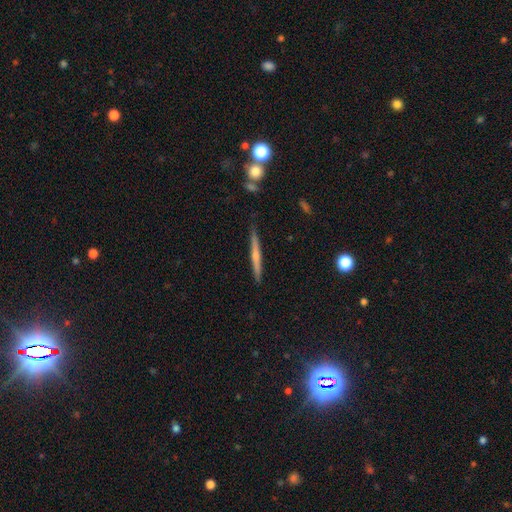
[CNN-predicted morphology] smooth_or_featured: featured or disk (p=0.58) [alt: smooth p=0.26]
disk_edge_on: yes (p=0.94) [alt: no p=0.06]
edge_on_bulge: rounded (p=0.62) [alt: none p=0.29]
merging: none (p=0.84) [alt: minor disturbance p=0.10]